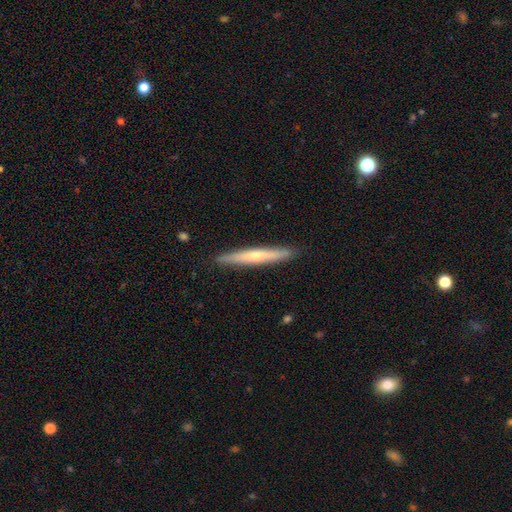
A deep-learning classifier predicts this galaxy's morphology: smooth-or-featured: featured or disk: 50% | smooth: 44% | star or artifact: 6%
  disk-edge-on: yes: 94% | no: 6%
  merging: none: 90% | minor disturbance: 7% | major disturbance: 1% | merger: 1%